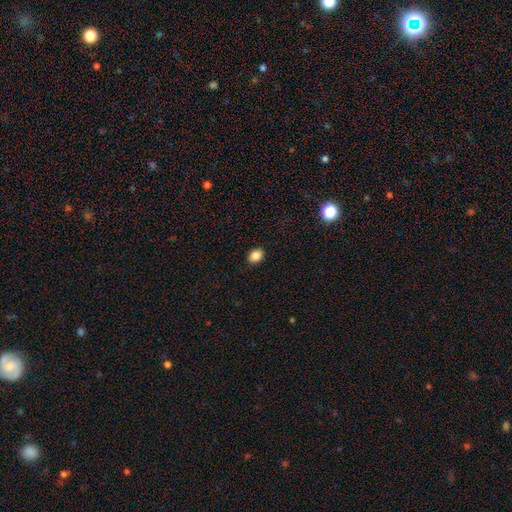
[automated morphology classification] This appears to be a smooth galaxy with no disk features (86%) that is in between round and cigar-shaped (65%). Merging: none (89%).